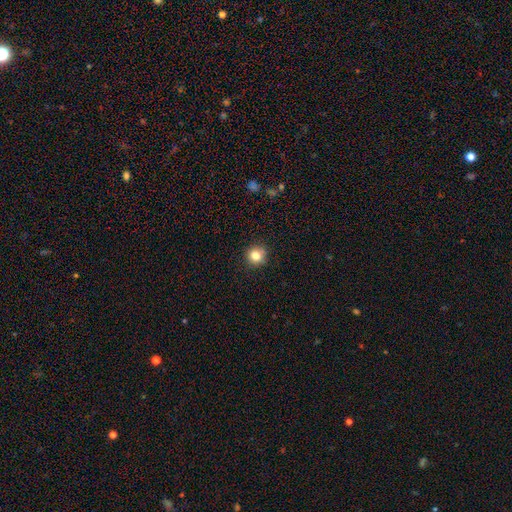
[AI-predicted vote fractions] This appears to be a smooth galaxy with no disk features (82%) that is round (92%). Merging: none (87%).